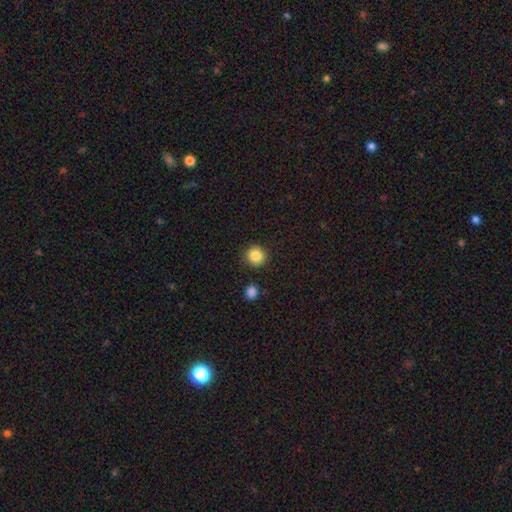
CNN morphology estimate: Smooth or featured: smooth — 86% (star or artifact — 10%)
How rounded: round — 93% (in between — 6%)
Merging: none — 90% (minor disturbance — 6%)